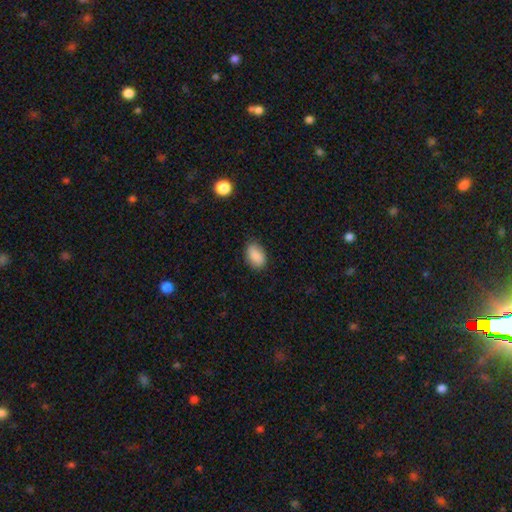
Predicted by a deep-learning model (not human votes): Smooth or featured: smooth — 86% (star or artifact — 8%)
How rounded: in between — 88% (round — 10%)
Merging: none — 77% (minor disturbance — 18%)